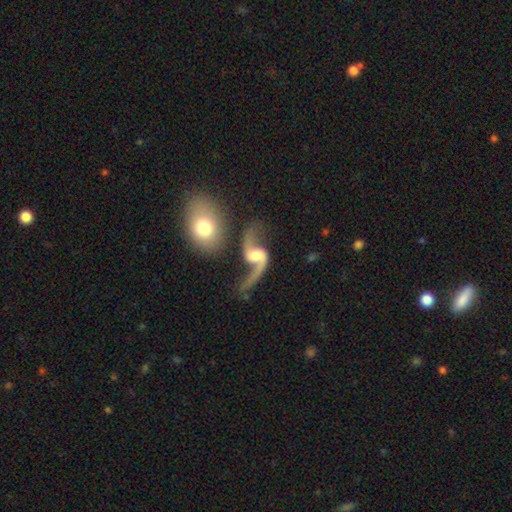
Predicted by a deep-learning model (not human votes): Smooth or featured? featured or disk (90%)
Edge-on disk? no (97%)
Bar? weak (47%)
Spiral arms? yes (96%)
Spiral winding? loose (87%)
Spiral arm count? 2 (91%)
Bulge size? moderate (53%)
Merging? none (51%)